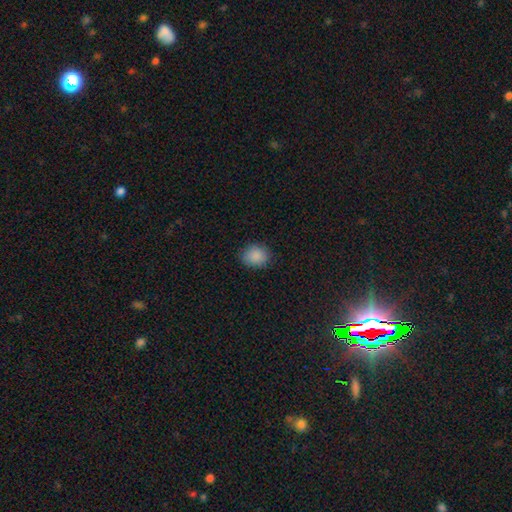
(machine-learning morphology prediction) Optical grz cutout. It shows a smooth galaxy with no disk features (88%) that is round (63%). Merging: none (86%).